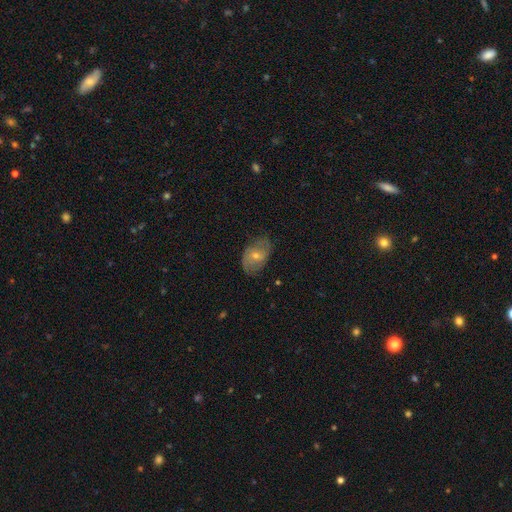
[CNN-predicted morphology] A featured or disk galaxy (58%) with no bar (59%), spiral arms (76%) and a moderate central bulge (48%). Merging: none (74%).